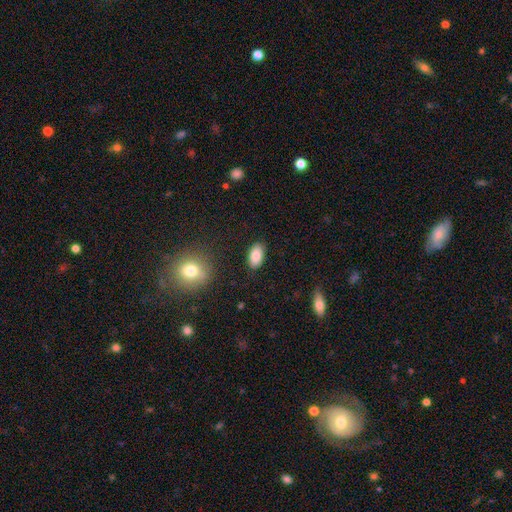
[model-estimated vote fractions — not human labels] This is clearly a smooth galaxy (86%). How rounded: clearly in between (94%). Merging: clearly none (86%).